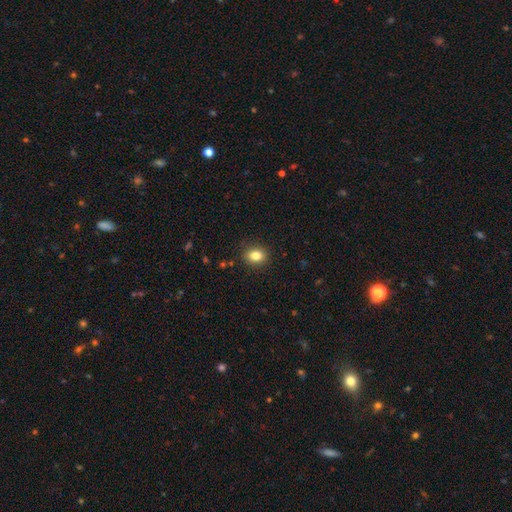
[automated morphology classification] Smooth or featured?
  - smooth: 83% *
  - star or artifact: 10%
  - featured or disk: 6%
How rounded?
  - in between: 57% *
  - round: 41%
  - cigar-shaped: 1%
Merging?
  - none: 88% *
  - minor disturbance: 9%
  - major disturbance: 2%
  - merger: 1%